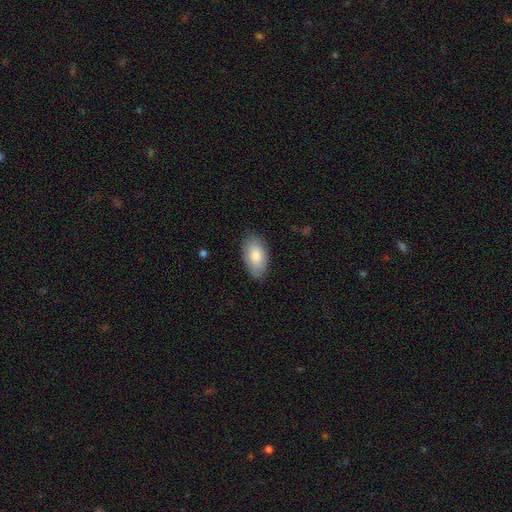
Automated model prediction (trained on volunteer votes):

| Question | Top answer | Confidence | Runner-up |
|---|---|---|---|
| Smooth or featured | smooth | 81% | featured or disk (13%) |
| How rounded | in between | 95% | round (3%) |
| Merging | none | 83% | minor disturbance (14%) |